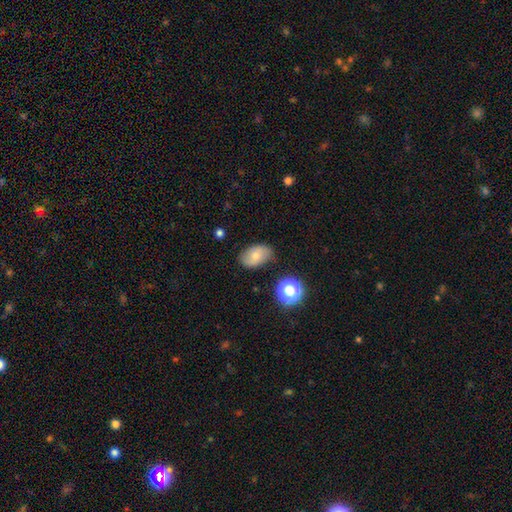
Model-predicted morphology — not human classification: The model was most divided on "smooth or featured": smooth: 66%, featured or disk: 24%, star or artifact: 10%. More confident: how rounded — in between (87%); merging — none (77%).